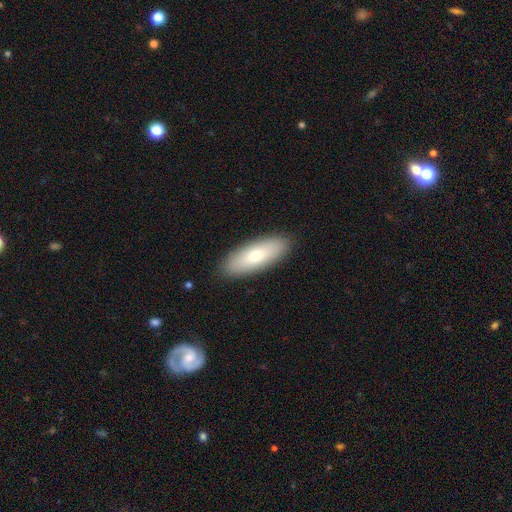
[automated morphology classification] smooth-or-featured: smooth: 69% | featured or disk: 25% | star or artifact: 6%
  how-rounded: in between: 70% | cigar-shaped: 28% | round: 2%
  merging: none: 89% | minor disturbance: 8% | major disturbance: 2% | merger: 1%